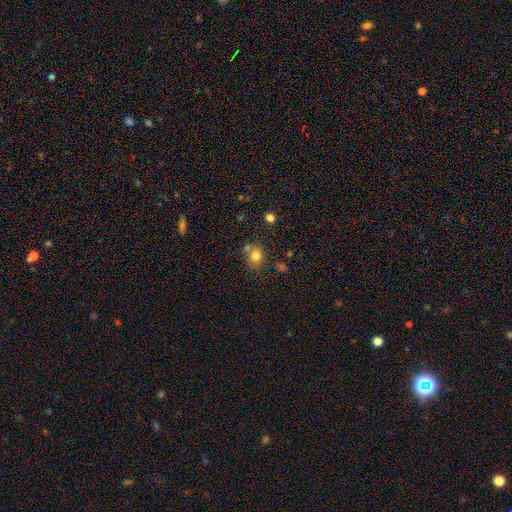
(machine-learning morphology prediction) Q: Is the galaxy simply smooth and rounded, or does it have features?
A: smooth — 79%.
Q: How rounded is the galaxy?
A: round — 68%.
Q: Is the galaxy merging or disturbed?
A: none — 61%.